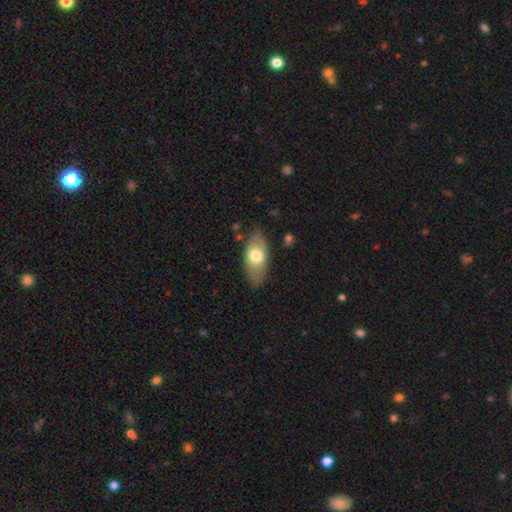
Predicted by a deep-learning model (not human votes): A smooth galaxy with no disk features (65%) that is in between round and cigar-shaped (88%). Merging: none (80%).